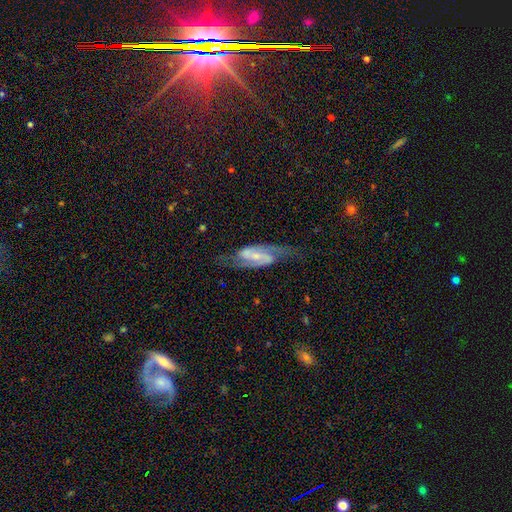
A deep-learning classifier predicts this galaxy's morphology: featured or disk 87%, smooth 8%, star or artifact 6%. Down the decision tree: edge-on disk — no (94%); bar — strong (42%); spiral arms — yes (96%); spiral arm count — 2 (93%); spiral winding — medium (51%); bulge size — small (57%); merging — none (73%).